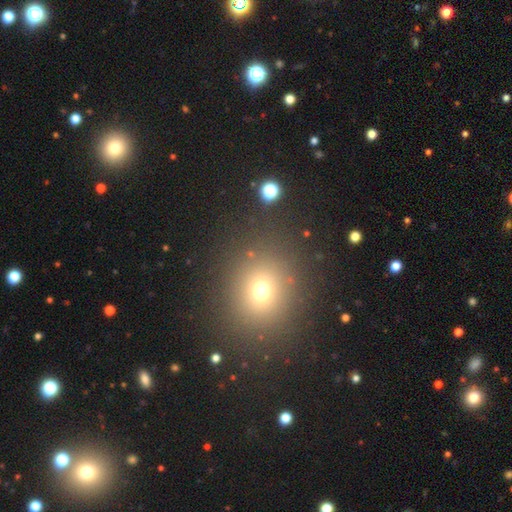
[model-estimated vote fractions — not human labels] The model was most divided on "smooth or featured": smooth: 56%, star or artifact: 35%, featured or disk: 9%. More confident: merging — none (89%); how rounded — round (69%).